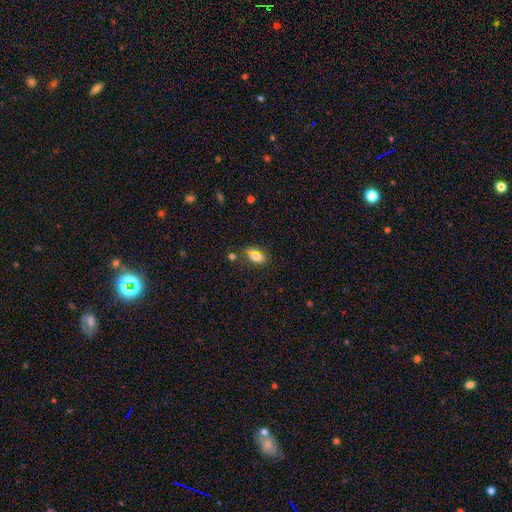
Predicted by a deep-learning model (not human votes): Smooth or featured? Predicted: smooth (p=0.76). How rounded? Predicted: in between (p=0.86). Merging? Predicted: none (p=0.73).